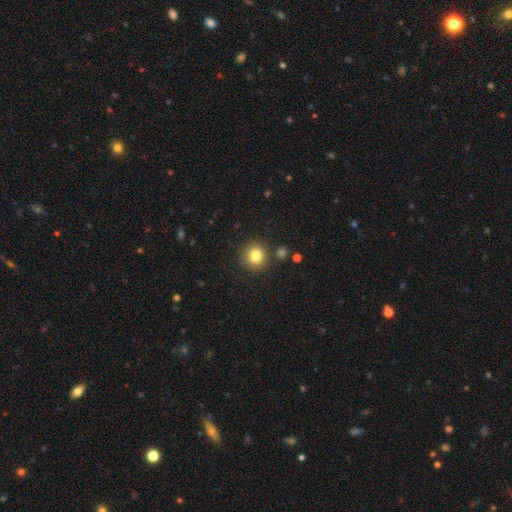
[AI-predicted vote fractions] Smooth or featured? smooth (82%)
How rounded? round (91%)
Merging? none (85%)